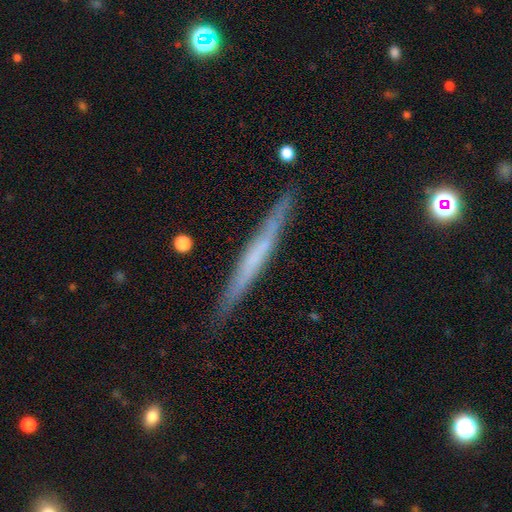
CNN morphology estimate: Overall: featured or disk (56%; smooth 37%). Edge-on disk: yes (95%). Edge-on bulge: none (77%). Merging: none (87%).